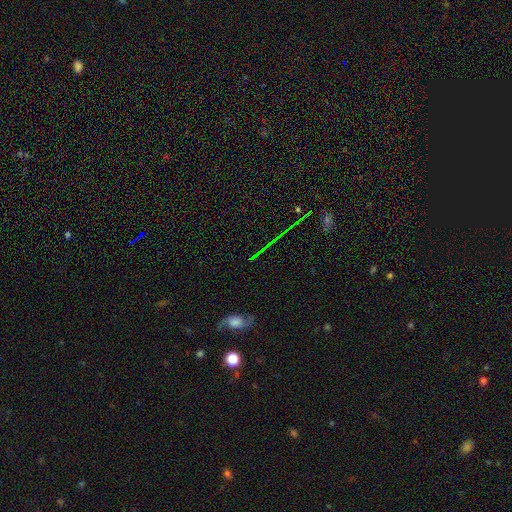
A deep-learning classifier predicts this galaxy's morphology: Overall: star or artifact (55%; featured or disk 26%).